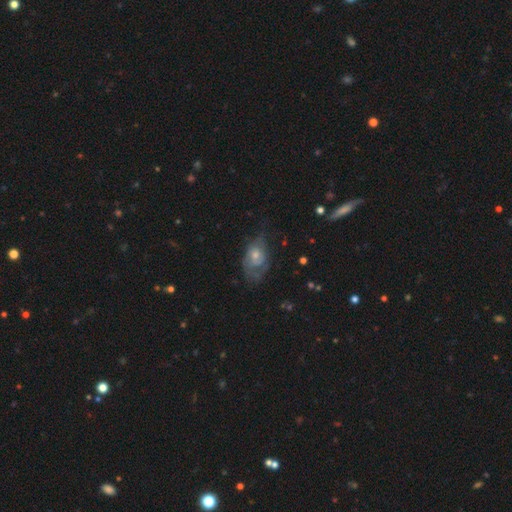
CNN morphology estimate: Smooth or featured? featured or disk (57%)
Edge-on disk? no (94%)
Bar? no (80%)
Spiral arms? yes (63%)
Bulge size? moderate (51%)
Merging? none (38%)